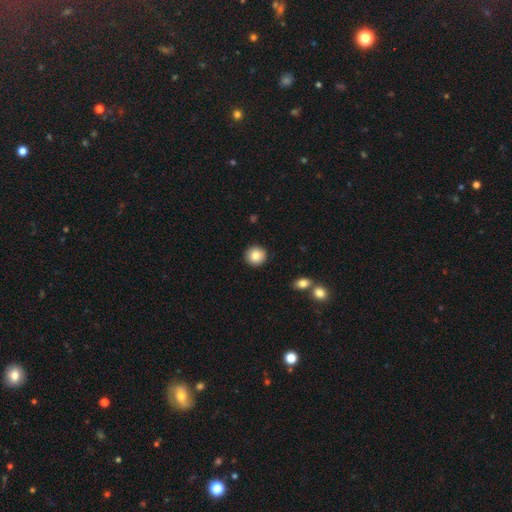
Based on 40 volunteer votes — Q: Smooth or featured?
A: smooth (90%); runner-up: featured or disk (5%)
Q: How rounded?
A: round (86%); runner-up: in between (14%)
Q: Merging?
A: none (100%)